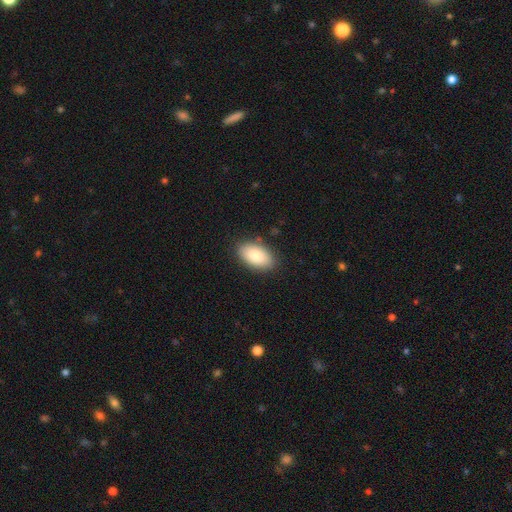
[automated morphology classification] A smooth galaxy with no disk features (84%) that is in between round and cigar-shaped (94%).

Vote fractions:
- Smooth or featured? smooth: 84% / featured or disk: 10% / star or artifact: 6%
- How rounded? in between: 94% / round: 5% / cigar-shaped: 2%
- Merging? none: 86% / minor disturbance: 11% / major disturbance: 2% / merger: 1%